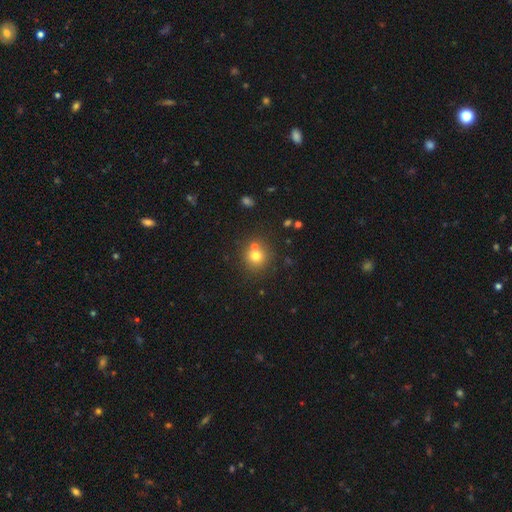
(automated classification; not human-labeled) This appears to be a smooth galaxy with no disk features (73%) that is round (90%). Merging: none (67%).